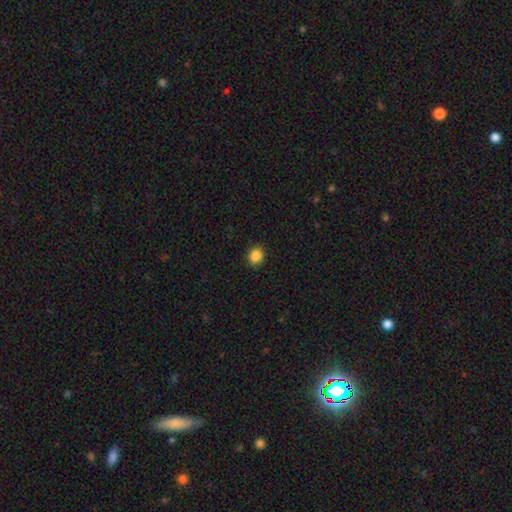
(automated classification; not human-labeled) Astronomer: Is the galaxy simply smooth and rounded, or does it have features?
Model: smooth — 87%.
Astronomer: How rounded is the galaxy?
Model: round — 75%.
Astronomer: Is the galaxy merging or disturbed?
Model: none — 91%.